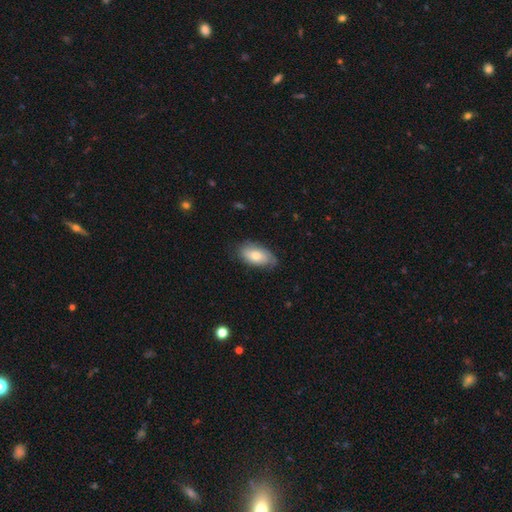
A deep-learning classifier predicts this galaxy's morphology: Smooth or featured: smooth — 64% (featured or disk — 29%)
How rounded: in between — 93% (round — 4%)
Merging: none — 69% (minor disturbance — 24%)